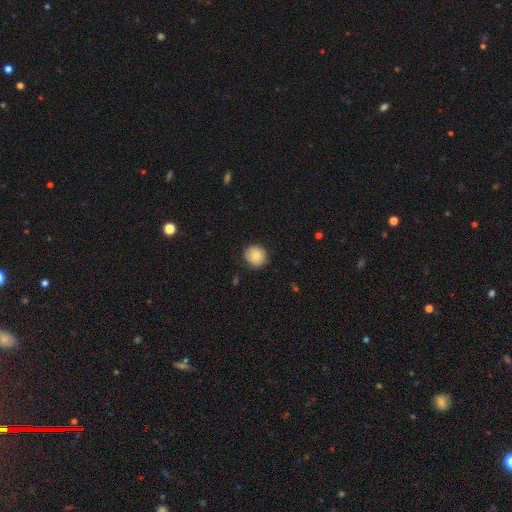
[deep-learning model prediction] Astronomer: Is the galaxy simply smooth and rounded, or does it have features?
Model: smooth — 83%.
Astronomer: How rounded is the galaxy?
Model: round — 88%.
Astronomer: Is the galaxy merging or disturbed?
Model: none — 86%.